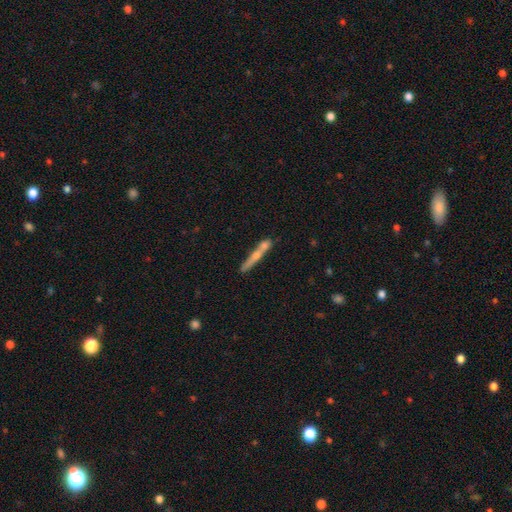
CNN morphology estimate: This appears to be a smooth galaxy with no disk features (49%). Merging: none (60%).